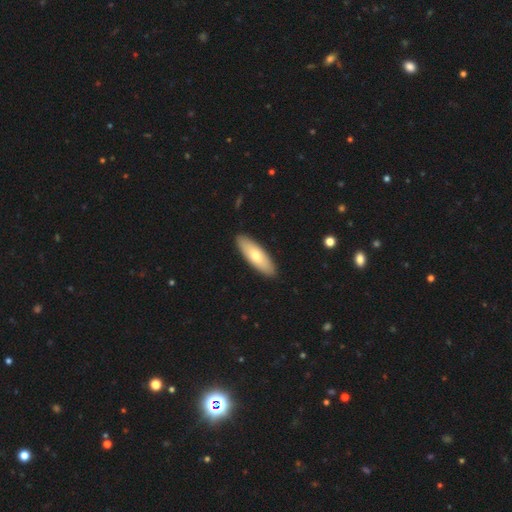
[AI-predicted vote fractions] Smooth or featured? smooth (69%)
How rounded? in between (59%)
Merging? none (91%)